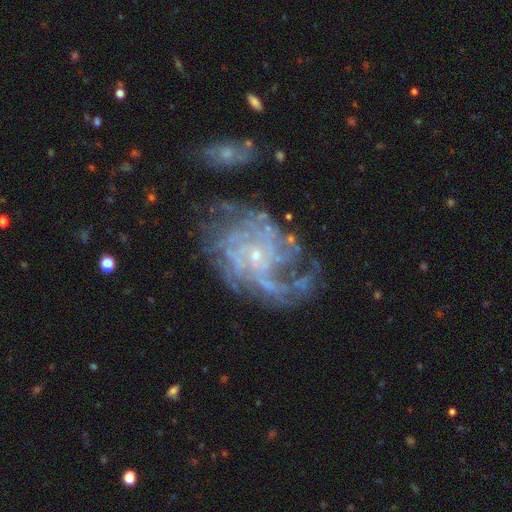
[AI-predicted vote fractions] This is clearly a featured or disk galaxy (86%). It is clearly not viewed edge-on (97%). Bar: likely no (74%). Spiral arm pattern: clearly yes (92%). Spiral arm count: marginally can't tell (32%). Spiral winding: possibly tight (53%). Central bulge: clearly small (84%). Merging: possibly none (55%).